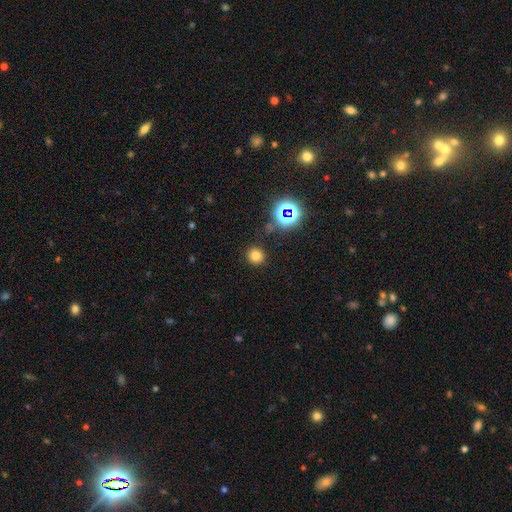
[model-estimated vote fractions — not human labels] This is likely a smooth galaxy (73%). How rounded: clearly round (90%). Merging: clearly none (88%).